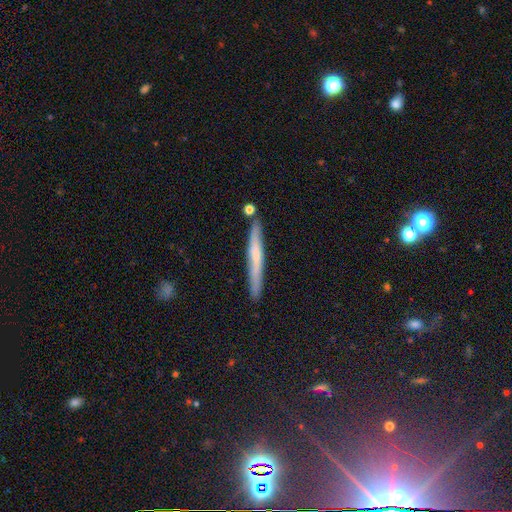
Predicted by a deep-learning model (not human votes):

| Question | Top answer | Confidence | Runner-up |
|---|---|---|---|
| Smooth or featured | smooth | 48% | featured or disk (45%) |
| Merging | none | 83% | minor disturbance (10%) |